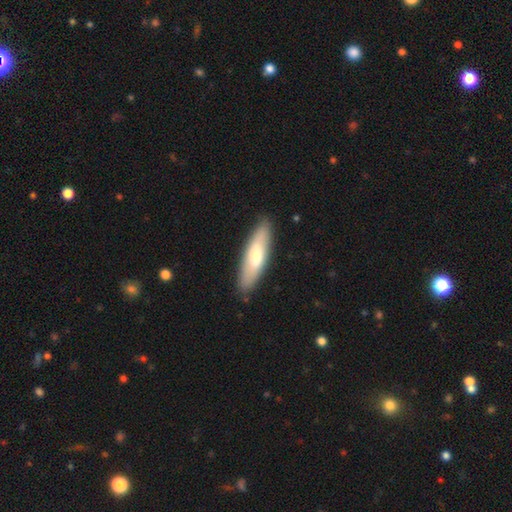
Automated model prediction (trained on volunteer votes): Morphology: type=smooth (66%); roundness=cigar-shaped (60%); merging=none (87%).